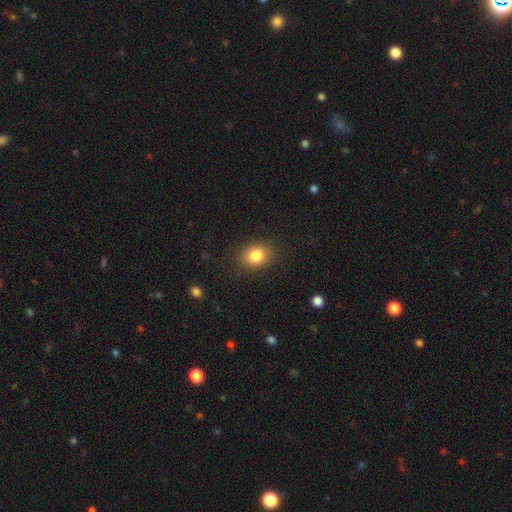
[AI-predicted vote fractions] The model was most divided on "how rounded": round: 51%, in between: 48%, cigar-shaped: 1%. More confident: merging — none (86%); smooth or featured — smooth (83%).